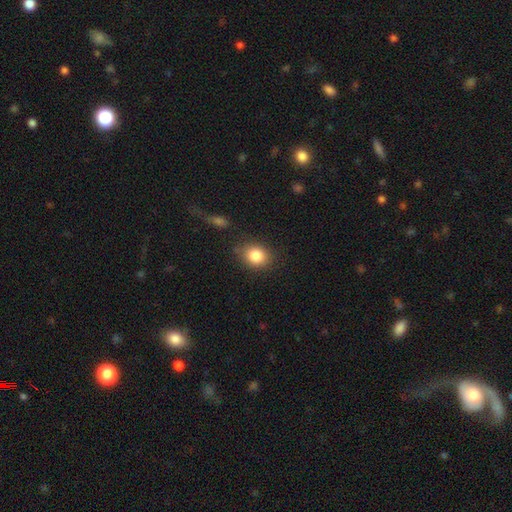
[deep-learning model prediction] Morphology: type=smooth (84%); roundness=round (58%); merging=none (78%).